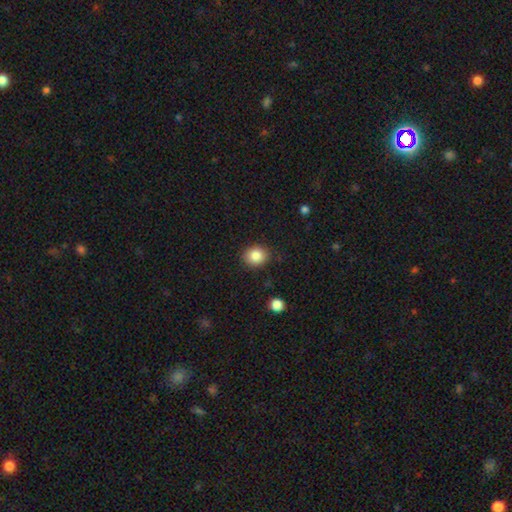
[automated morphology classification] type=smooth (86%); roundness=round (68%); merging=none (86%).